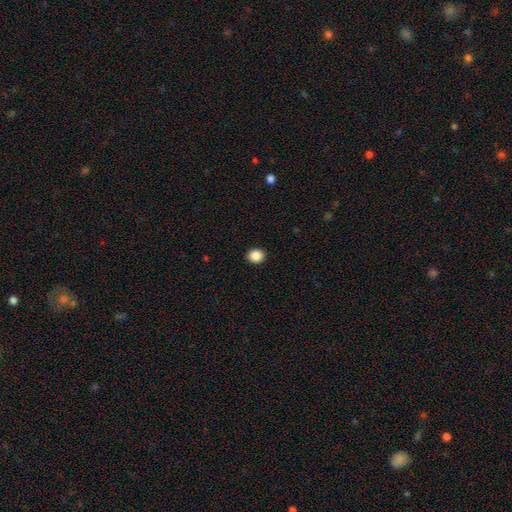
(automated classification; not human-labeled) Smooth or featured? Predicted: smooth (p=0.88). How rounded? Predicted: round (p=0.73). Merging? Predicted: none (p=0.92).